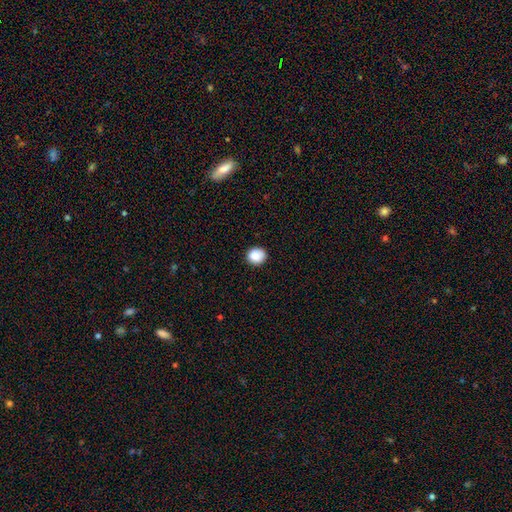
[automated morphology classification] This is clearly a smooth galaxy (88%). How rounded: clearly round (84%). Merging: clearly none (90%).